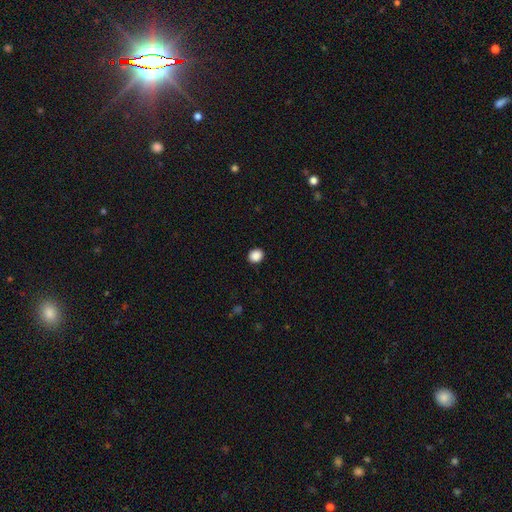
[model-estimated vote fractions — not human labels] Overall: smooth (88%). How rounded: round (74%). Merging: none (91%).